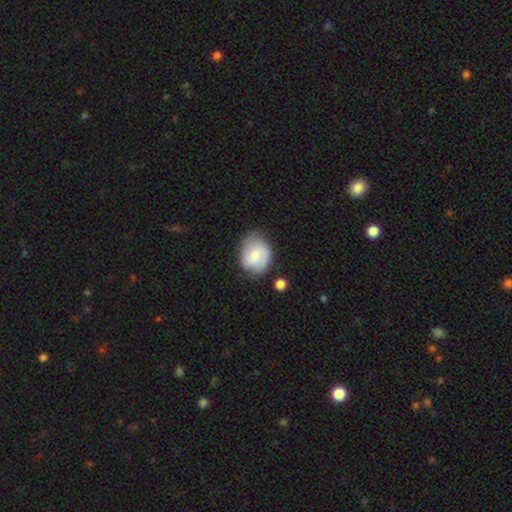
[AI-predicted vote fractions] Q: Smooth or featured?
A: smooth (57%); runner-up: featured or disk (36%)
Q: How rounded?
A: in between (51%); runner-up: round (48%)
Q: Merging?
A: none (64%); runner-up: minor disturbance (26%)